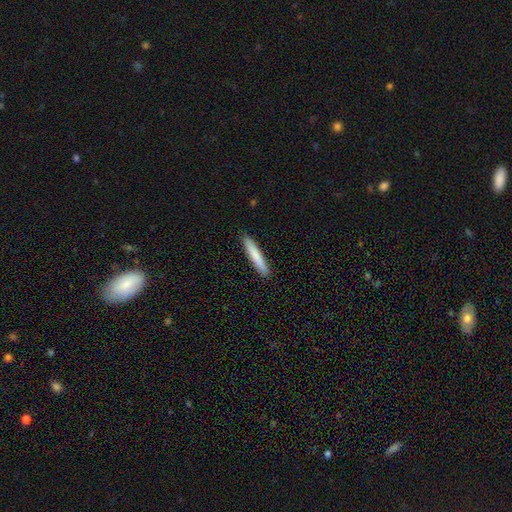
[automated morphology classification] type=smooth (82%); roundness=cigar-shaped (93%); merging=none (92%).